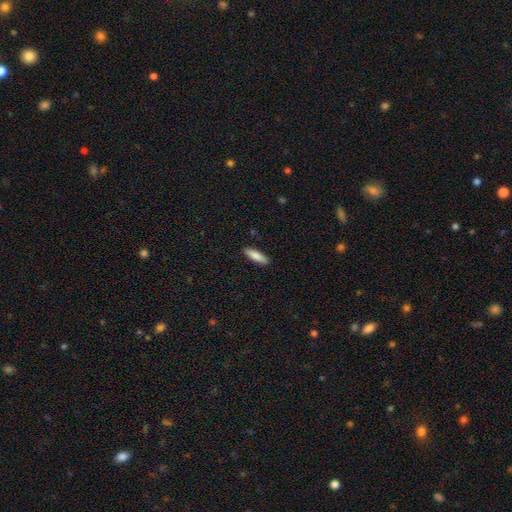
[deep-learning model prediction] smooth_or_featured: smooth (p=0.84) [alt: featured or disk p=0.10]
how_rounded: cigar-shaped (p=0.60) [alt: in between p=0.38]
merging: none (p=0.89) [alt: minor disturbance p=0.08]